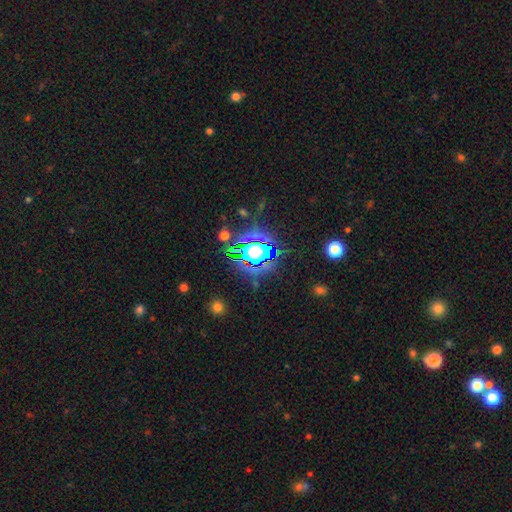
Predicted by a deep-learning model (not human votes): smooth-or-featured: star or artifact: 80% | smooth: 12% | featured or disk: 8%